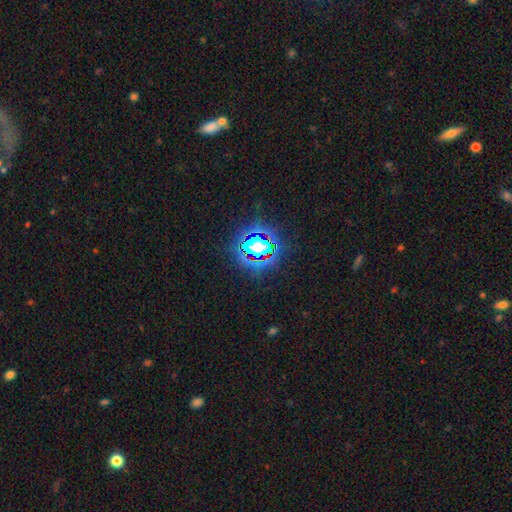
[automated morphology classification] type=star or artifact (80%).